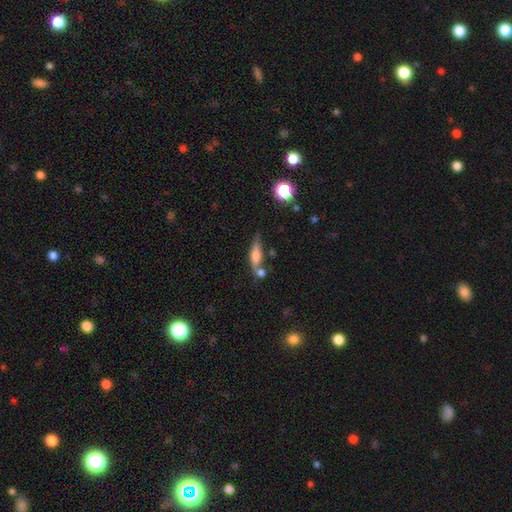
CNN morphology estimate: Smooth or featured?
  - smooth: 54% *
  - featured or disk: 36%
  - star or artifact: 9%
How rounded?
  - cigar-shaped: 59% *
  - in between: 37%
  - round: 4%
Merging?
  - none: 51% *
  - merger: 24%
  - minor disturbance: 18%
  - major disturbance: 7%